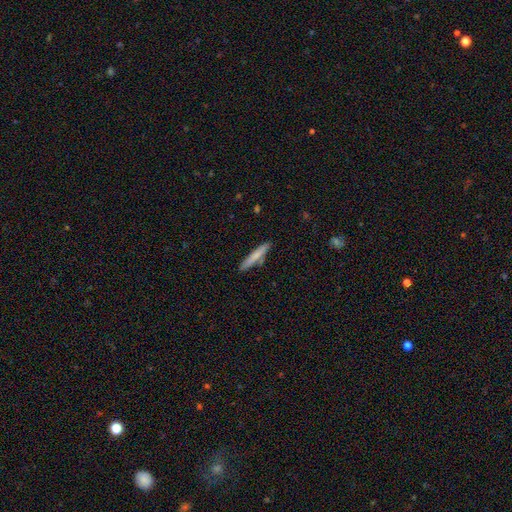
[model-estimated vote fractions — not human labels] Overall: smooth (72%). How rounded: cigar-shaped (93%). Merging: none (84%).